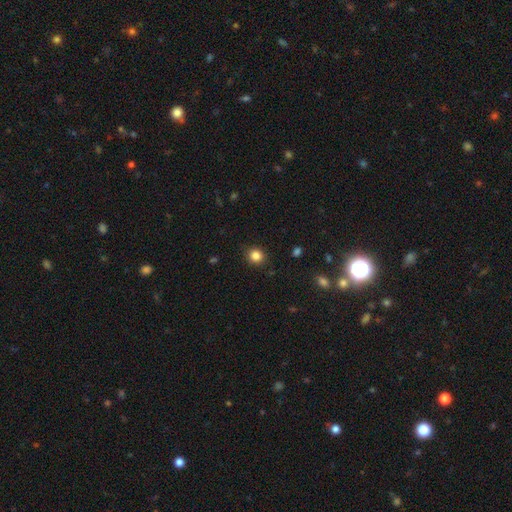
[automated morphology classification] Q: Smooth or featured?
A: smooth (84%); runner-up: star or artifact (11%)
Q: How rounded?
A: round (86%); runner-up: in between (14%)
Q: Merging?
A: none (89%); runner-up: minor disturbance (7%)